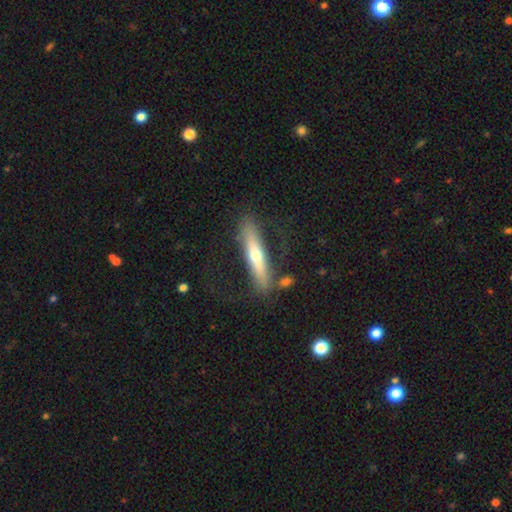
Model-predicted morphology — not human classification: featured or disk 55%, smooth 39%, star or artifact 6%. Down the decision tree: edge-on disk — yes (85%); merging — none (75%).